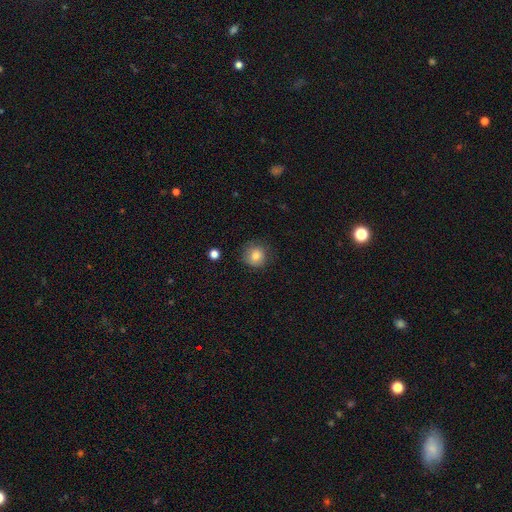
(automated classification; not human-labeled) Smooth or featured?
  - smooth: 81% *
  - star or artifact: 10%
  - featured or disk: 9%
How rounded?
  - round: 89% *
  - in between: 10%
  - cigar-shaped: 1%
Merging?
  - none: 77% *
  - minor disturbance: 17%
  - major disturbance: 5%
  - merger: 1%